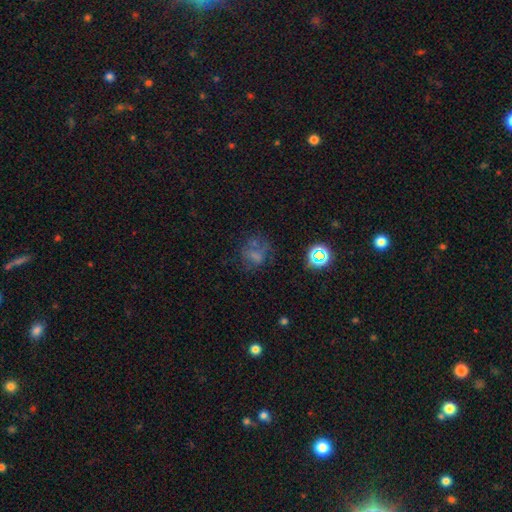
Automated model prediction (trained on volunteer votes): Smooth or featured? Predicted: smooth (p=0.43). Merging? Predicted: none (p=0.53).